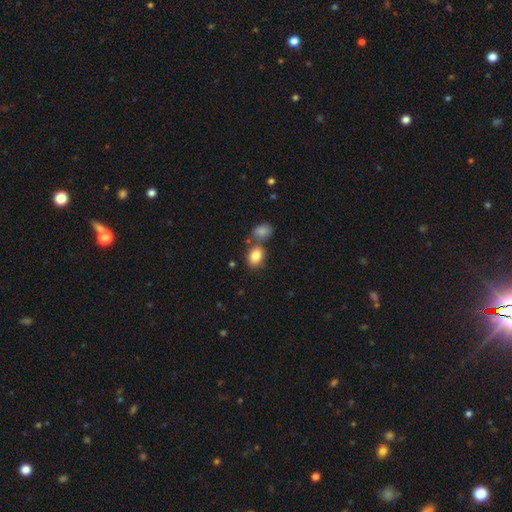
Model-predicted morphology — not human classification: Smooth or featured? smooth (84%)
How rounded? in between (76%)
Merging? none (58%)